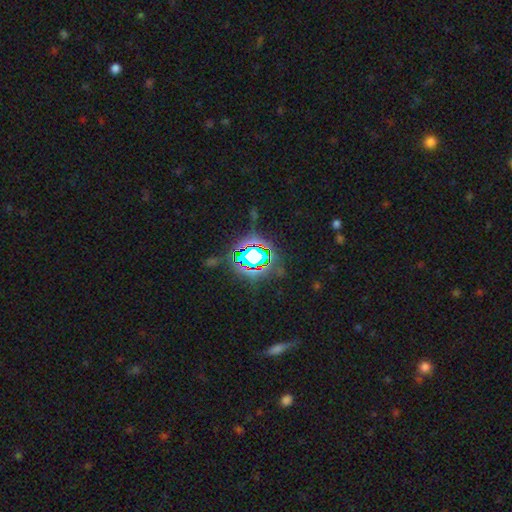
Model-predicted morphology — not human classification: star or artifact 75%, smooth 14%, featured or disk 11%.